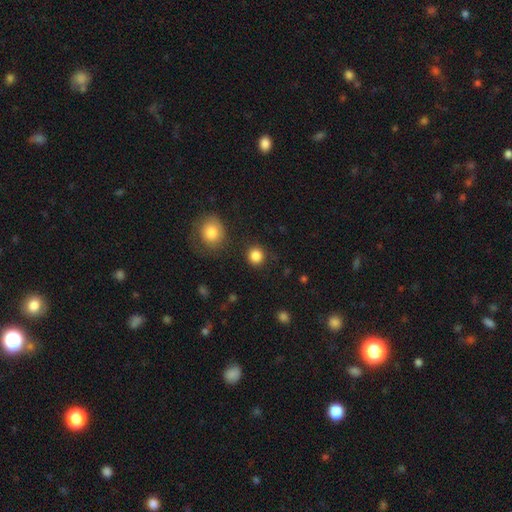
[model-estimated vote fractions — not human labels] smooth 86%, star or artifact 10%, featured or disk 4%. Down the decision tree: how rounded — round (91%); merging — none (88%).